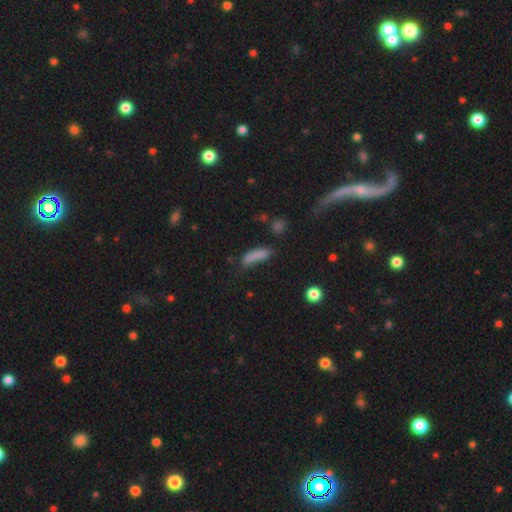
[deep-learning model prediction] This appears to be a smooth galaxy with no disk features (78%) that is cigar-shaped (52%). Merging: none (48%).